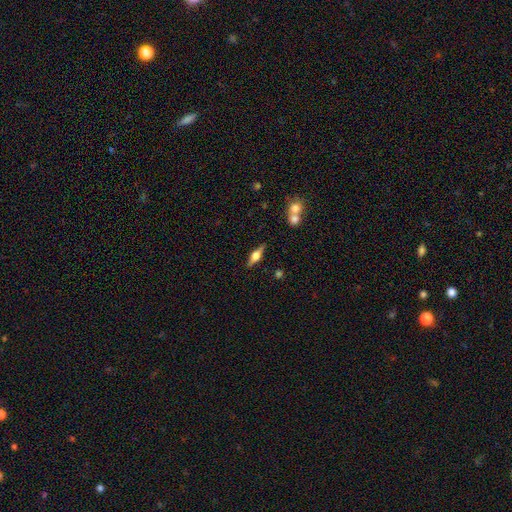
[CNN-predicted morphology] Q: Smooth or featured?
A: featured or disk (65%); runner-up: smooth (29%)
Q: Edge-on disk?
A: yes (96%); runner-up: no (4%)
Q: Edge-on bulge?
A: rounded (92%); runner-up: boxy (7%)
Q: Merging?
A: none (85%); runner-up: minor disturbance (9%)